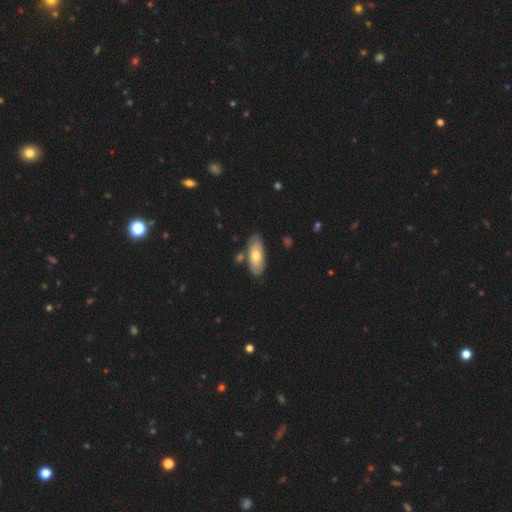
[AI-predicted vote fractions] smooth_or_featured: smooth (p=0.66) [alt: featured or disk p=0.29]
how_rounded: in between (p=0.82) [alt: cigar-shaped p=0.15]
merging: none (p=0.78) [alt: minor disturbance p=0.13]